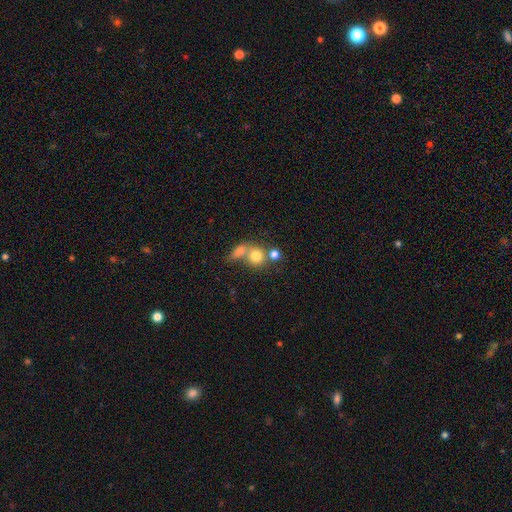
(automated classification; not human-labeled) Smooth or featured? Predicted: smooth (p=0.75). How rounded? Predicted: round (p=0.79). Merging? Predicted: merger (p=0.48).